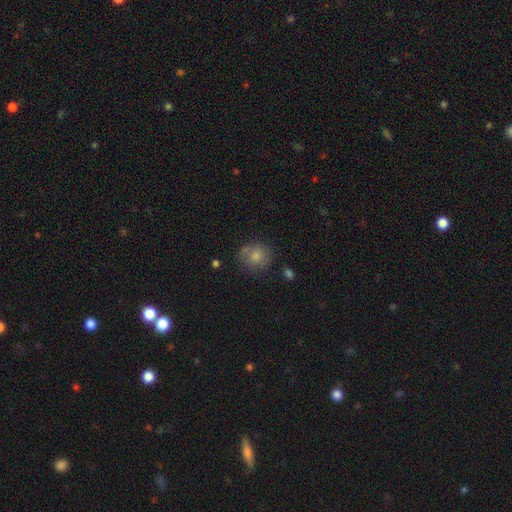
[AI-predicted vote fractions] smooth-or-featured: smooth: 77% | featured or disk: 14% | star or artifact: 9%
  how-rounded: round: 82% | in between: 17% | cigar-shaped: 1%
  merging: none: 67% | minor disturbance: 21% | major disturbance: 7% | merger: 5%